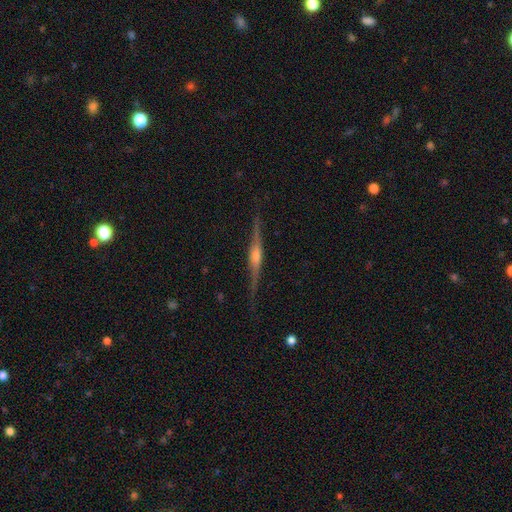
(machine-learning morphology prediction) A featured or disk galaxy (83%) viewed edge-on (98%) with a rounded central bulge (78%). Merging: none (87%).